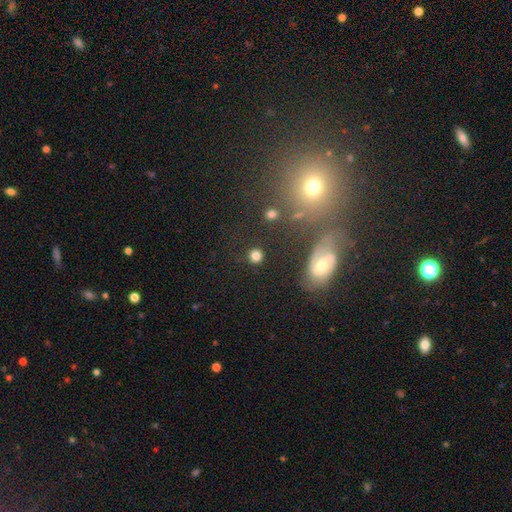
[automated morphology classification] A smooth galaxy with no disk features (79%) that is round (89%).

Vote fractions:
- Smooth or featured? smooth: 79% / star or artifact: 13% / featured or disk: 8%
- How rounded? round: 89% / in between: 10% / cigar-shaped: 1%
- Merging? none: 84% / minor disturbance: 8% / major disturbance: 4% / merger: 4%